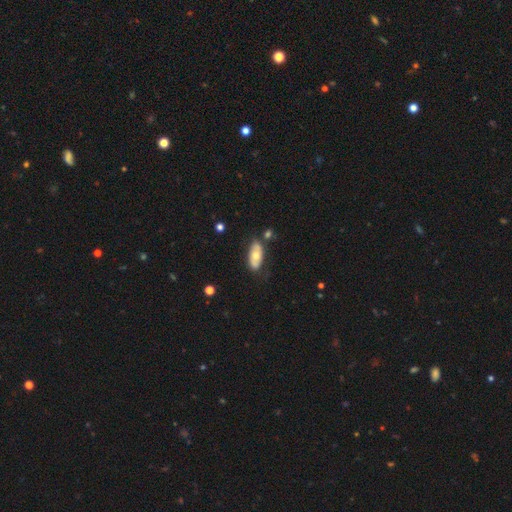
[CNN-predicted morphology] The model was most divided on "smooth or featured": smooth: 57%, featured or disk: 36%, star or artifact: 6%. More confident: how rounded — in between (87%); merging — none (70%).